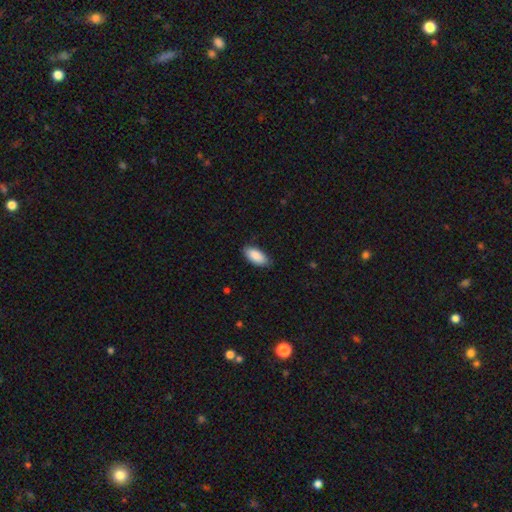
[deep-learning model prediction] A smooth galaxy with no disk features (89%) that is in between round and cigar-shaped (92%). Merging: none (82%).